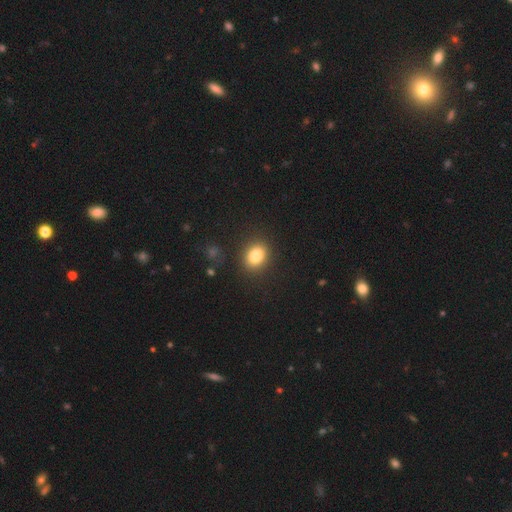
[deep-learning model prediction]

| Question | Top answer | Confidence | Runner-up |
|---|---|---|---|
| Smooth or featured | smooth | 82% | star or artifact (10%) |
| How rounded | in between | 55% | round (44%) |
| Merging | none | 88% | minor disturbance (8%) |